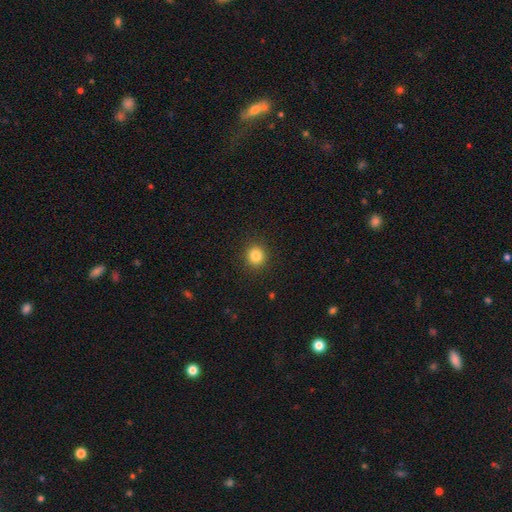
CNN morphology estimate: type=smooth (84%); roundness=round (91%); merging=none (92%).